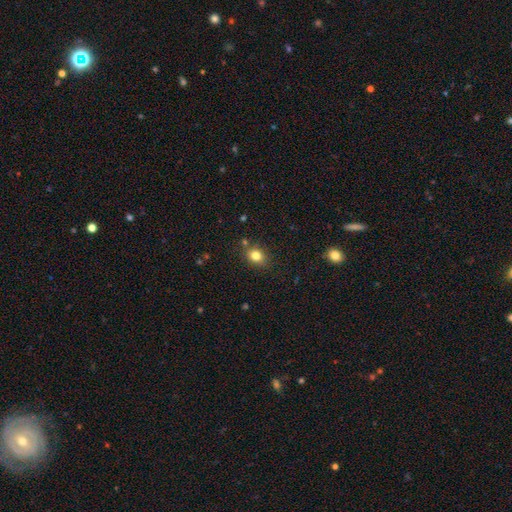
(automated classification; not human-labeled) Q: Smooth or featured?
A: smooth (80%); runner-up: star or artifact (12%)
Q: How rounded?
A: round (52%); runner-up: in between (47%)
Q: Merging?
A: none (80%); runner-up: minor disturbance (12%)